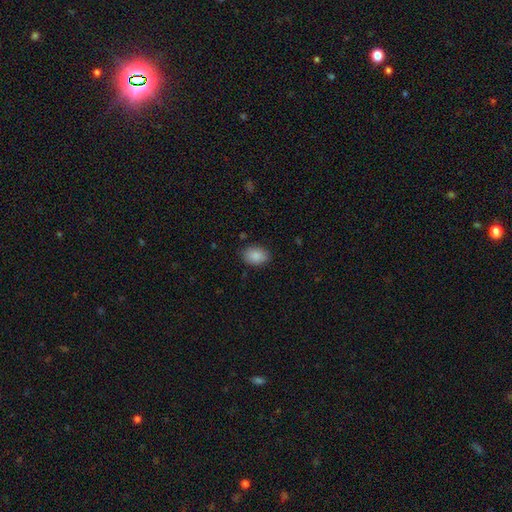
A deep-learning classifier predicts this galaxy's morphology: Smooth or featured: smooth — 88% (star or artifact — 7%)
How rounded: in between — 80% (round — 19%)
Merging: none — 83% (minor disturbance — 13%)